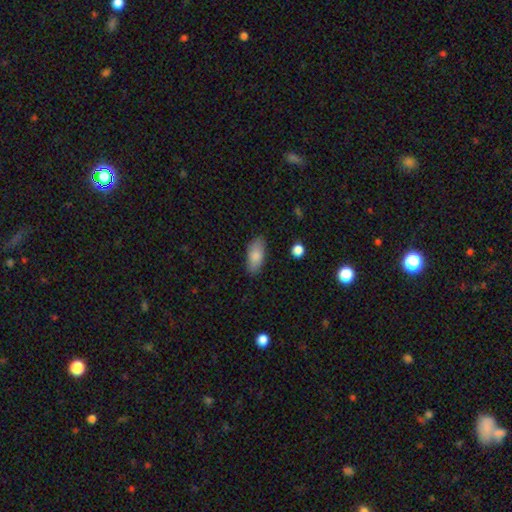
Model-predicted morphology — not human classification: Smooth or featured? smooth (83%)
How rounded? in between (87%)
Merging? none (83%)